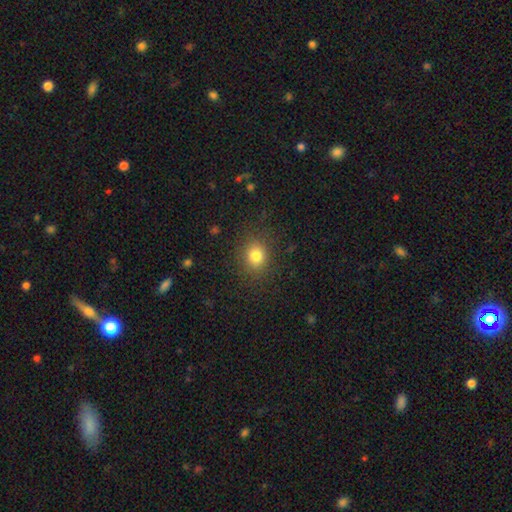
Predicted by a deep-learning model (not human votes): Smooth or featured?
  - smooth: 80% *
  - star or artifact: 13%
  - featured or disk: 7%
How rounded?
  - round: 72% *
  - in between: 27%
  - cigar-shaped: 1%
Merging?
  - none: 86% *
  - minor disturbance: 9%
  - major disturbance: 4%
  - merger: 1%